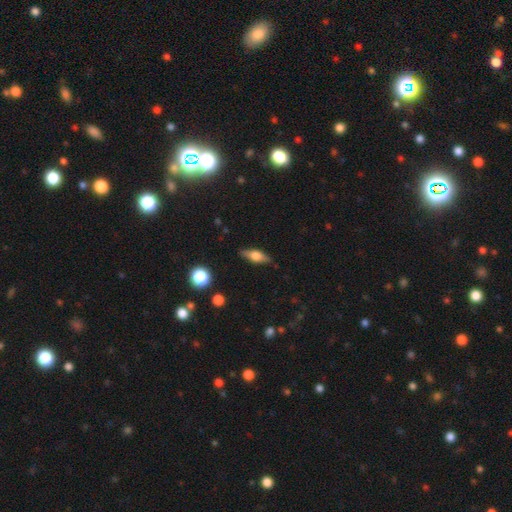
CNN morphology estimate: A smooth galaxy with no disk features (49%).

Vote fractions:
- Smooth or featured? smooth: 49% / featured or disk: 43% / star or artifact: 8%
- Merging? none: 85% / minor disturbance: 12% / major disturbance: 2% / merger: 1%